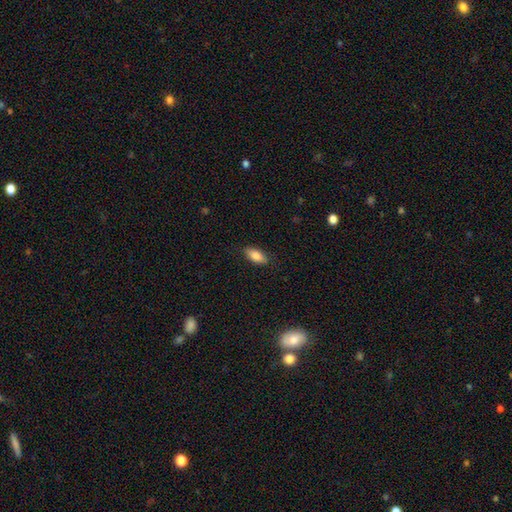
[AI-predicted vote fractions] This appears to be a smooth galaxy with no disk features (82%) that is in between round and cigar-shaped (85%). Merging: none (84%).